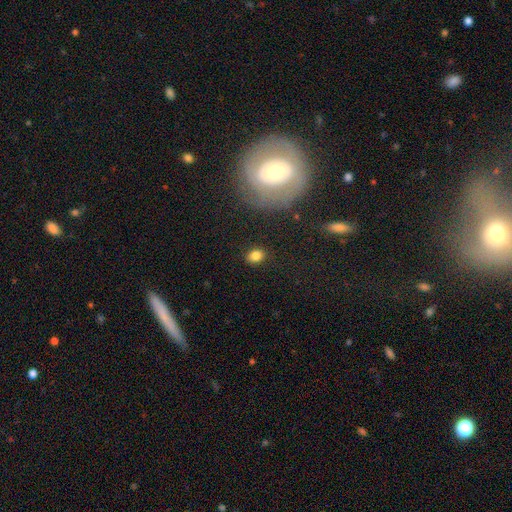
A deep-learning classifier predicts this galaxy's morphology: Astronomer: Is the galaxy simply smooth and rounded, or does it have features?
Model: smooth — 83%.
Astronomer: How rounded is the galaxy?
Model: in between — 59% (runner-up: round, 40%).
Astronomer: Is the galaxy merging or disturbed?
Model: none — 86%.